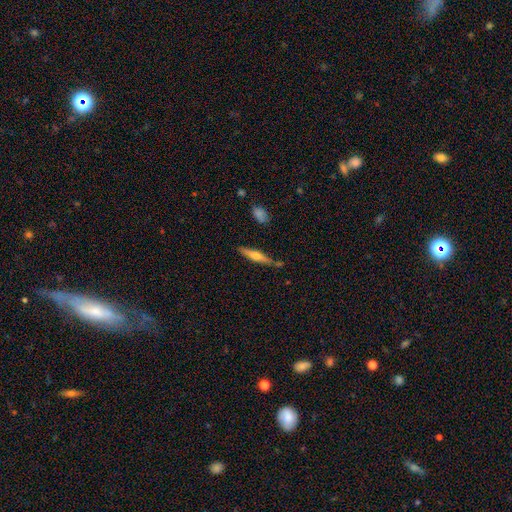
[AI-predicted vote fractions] smooth_or_featured: featured or disk (p=0.50) [alt: smooth p=0.44]
disk_edge_on: yes (p=0.95) [alt: no p=0.05]
merging: none (p=0.78) [alt: minor disturbance p=0.14]